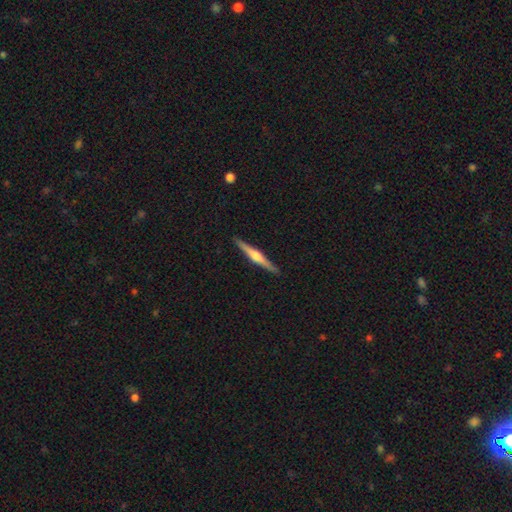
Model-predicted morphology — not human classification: This appears to be a featured or disk galaxy (74%) viewed edge-on (98%) with a rounded central bulge (85%). Merging: none (92%).